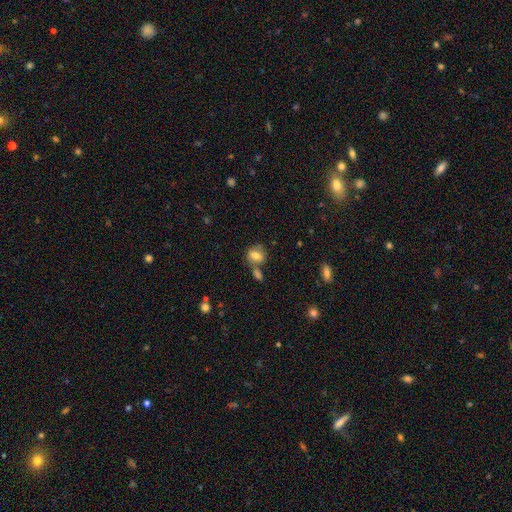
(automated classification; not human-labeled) smooth 75%, featured or disk 14%, star or artifact 10%. Down the decision tree: how rounded — in between (56%); merging — none (55%).